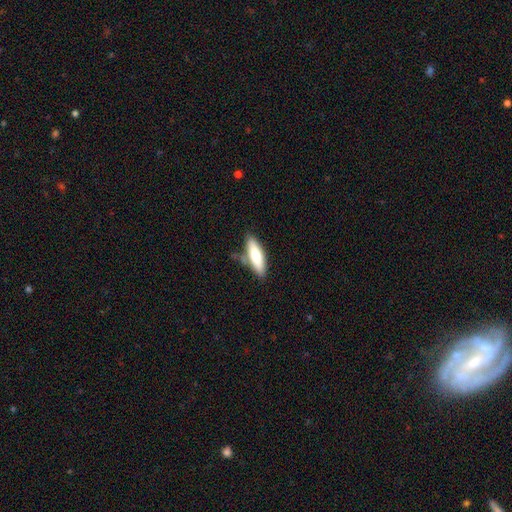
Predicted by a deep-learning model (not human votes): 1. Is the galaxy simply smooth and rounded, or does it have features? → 73% smooth, 22% featured or disk, 6% star or artifact.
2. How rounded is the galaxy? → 51% in between, 47% cigar-shaped, 2% round.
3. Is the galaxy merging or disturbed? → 70% none, 18% minor disturbance, 8% merger, 4% major disturbance.